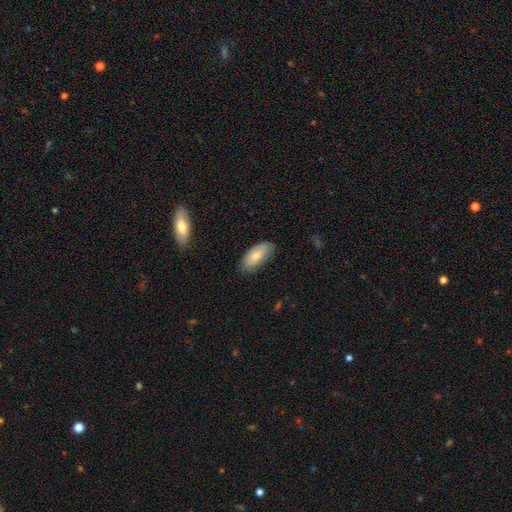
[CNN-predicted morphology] The model was most divided on "smooth or featured": smooth: 72%, featured or disk: 22%, star or artifact: 6%. More confident: how rounded — in between (89%); merging — none (76%).